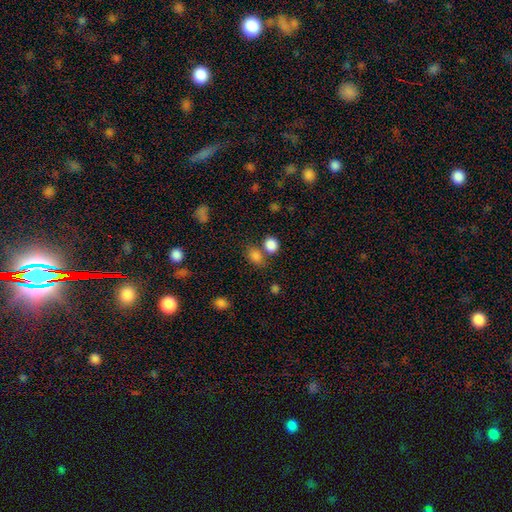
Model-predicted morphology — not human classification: Q: Smooth or featured?
A: smooth (82%); runner-up: star or artifact (13%)
Q: How rounded?
A: in between (55%); runner-up: round (43%)
Q: Merging?
A: none (60%); runner-up: merger (24%)